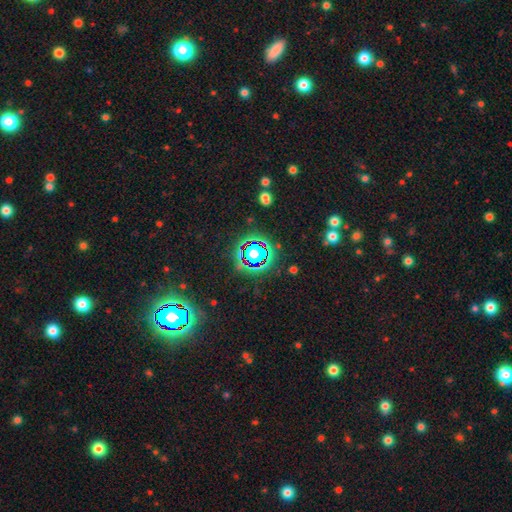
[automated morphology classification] A star or artifact, not a galaxy (63%).

Vote fractions:
- Smooth or featured? star or artifact: 63% / smooth: 24% / featured or disk: 13%